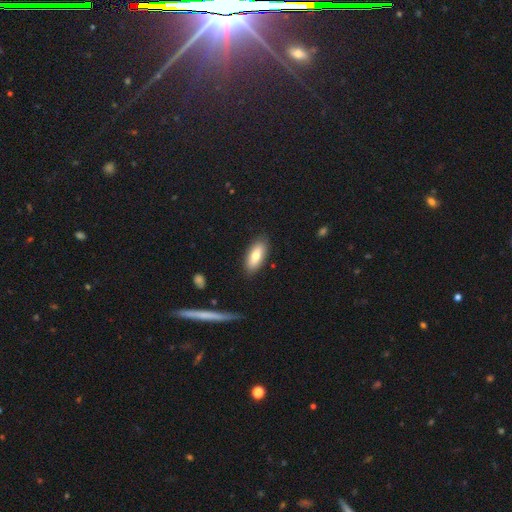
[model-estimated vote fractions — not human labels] Smooth or featured? Predicted: smooth (p=0.75). How rounded? Predicted: in between (p=0.80). Merging? Predicted: none (p=0.86).